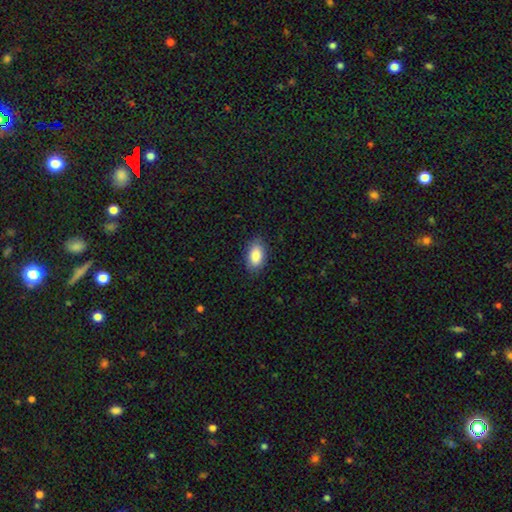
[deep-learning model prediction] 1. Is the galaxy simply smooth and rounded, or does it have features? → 88% smooth, 6% star or artifact, 6% featured or disk.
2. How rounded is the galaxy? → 93% in between, 4% round, 3% cigar-shaped.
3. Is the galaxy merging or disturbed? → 85% none, 11% minor disturbance, 3% major disturbance, 1% merger.